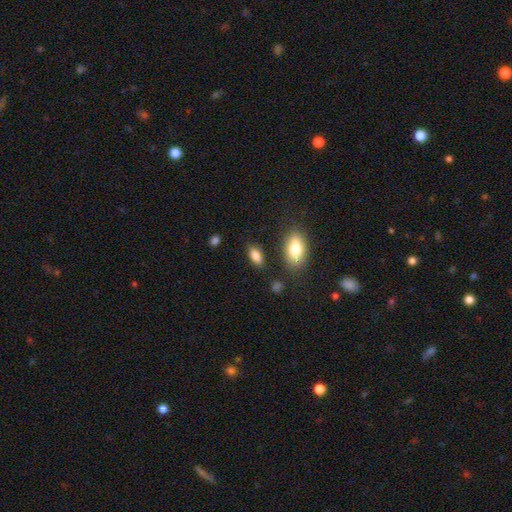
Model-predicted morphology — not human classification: Smooth or featured? smooth (83%)
How rounded? in between (85%)
Merging? none (81%)